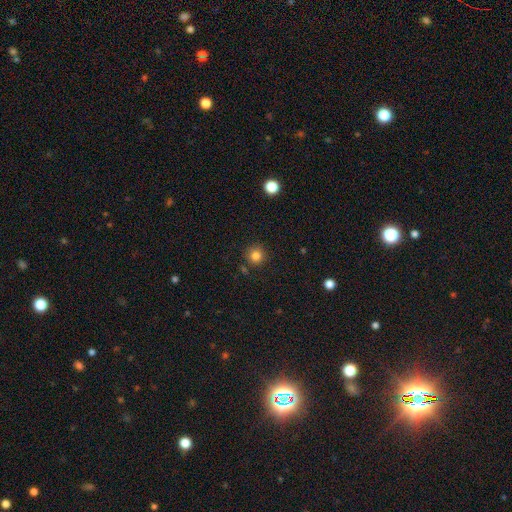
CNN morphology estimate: This appears to be a smooth galaxy with no disk features (82%) that is round (94%). Merging: none (86%).